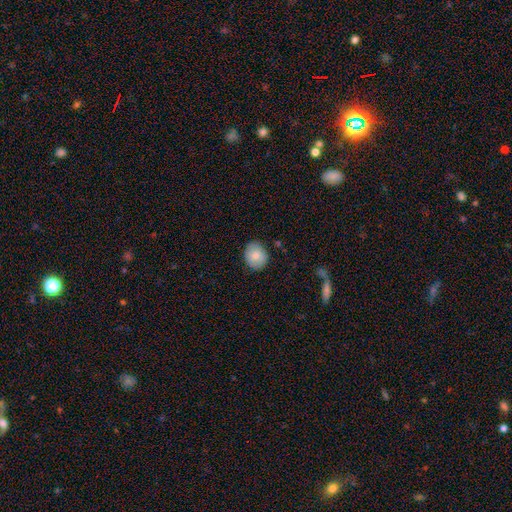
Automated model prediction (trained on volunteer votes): Overall: smooth (83%). How rounded: round (61%; in between 38%). Merging: none (84%).